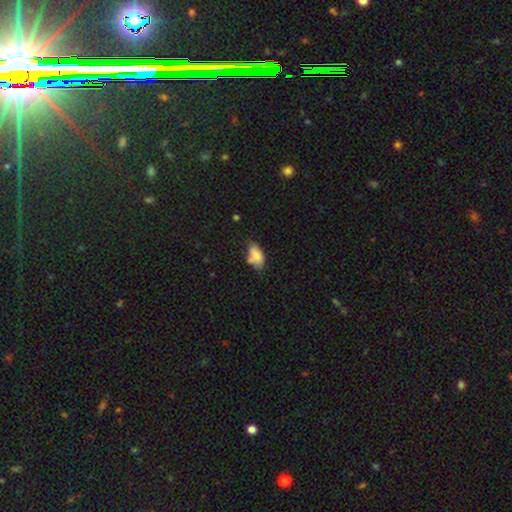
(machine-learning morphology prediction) This is likely a smooth galaxy (76%). How rounded: clearly in between (92%). Merging: possibly none (50%).